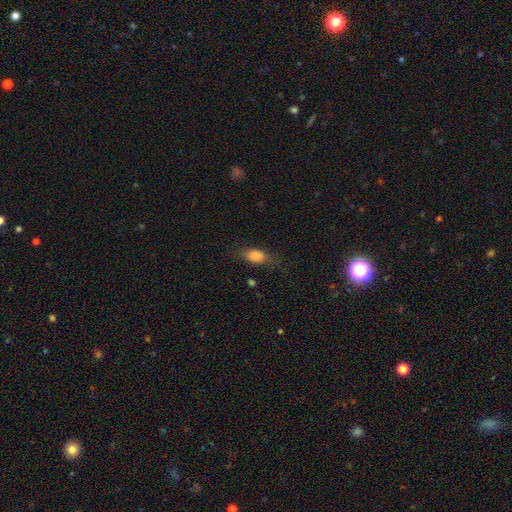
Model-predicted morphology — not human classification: Q: Smooth or featured?
A: smooth (82%); runner-up: featured or disk (10%)
Q: How rounded?
A: in between (82%); runner-up: cigar-shaped (11%)
Q: Merging?
A: none (75%); runner-up: minor disturbance (18%)